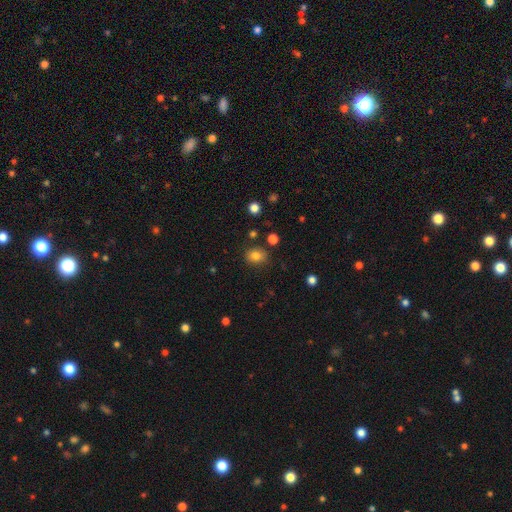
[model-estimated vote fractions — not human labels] Smooth or featured? Predicted: smooth (p=0.81). How rounded? Predicted: round (p=0.57). Merging? Predicted: none (p=0.82).